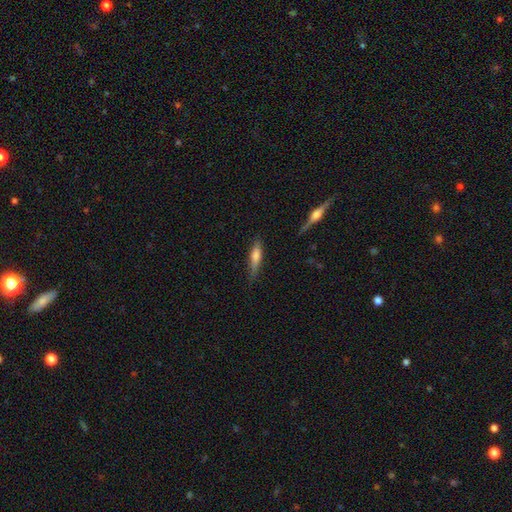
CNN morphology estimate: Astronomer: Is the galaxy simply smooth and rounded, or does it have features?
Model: smooth — 55% (runner-up: featured or disk, 38%).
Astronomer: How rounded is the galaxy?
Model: cigar-shaped — 75%.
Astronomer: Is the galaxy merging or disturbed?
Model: none — 75%.